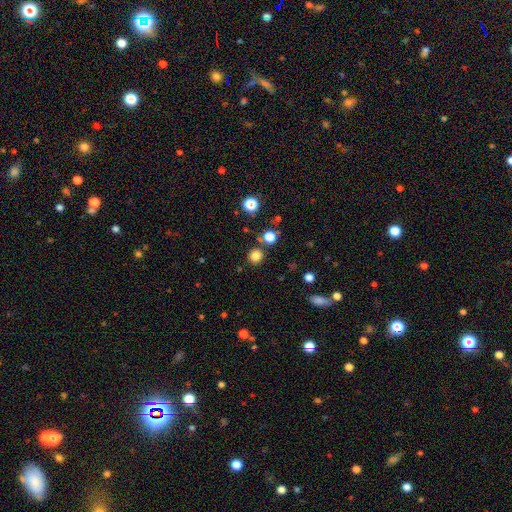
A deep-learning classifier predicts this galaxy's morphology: Smooth or featured: smooth — 81% (star or artifact — 14%)
How rounded: round — 92% (in between — 7%)
Merging: none — 83% (minor disturbance — 7%)